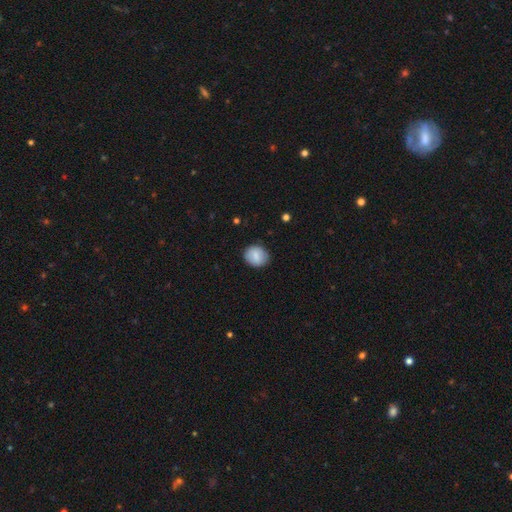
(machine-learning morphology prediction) type=smooth (80%); roundness=round (71%); merging=none (85%).